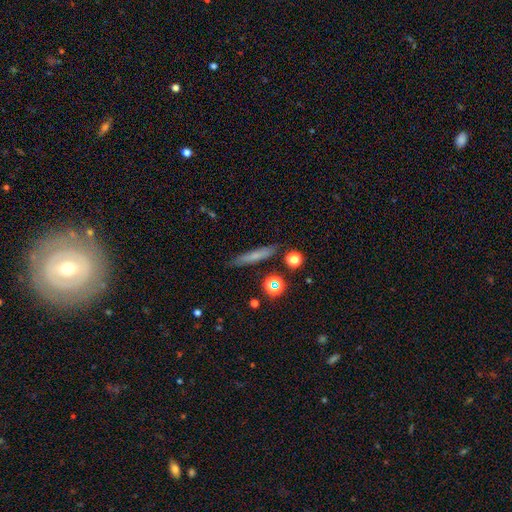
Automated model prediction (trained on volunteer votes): Smooth or featured: smooth — 61% (featured or disk — 27%)
How rounded: cigar-shaped — 86% (in between — 9%)
Merging: none — 82% (minor disturbance — 11%)